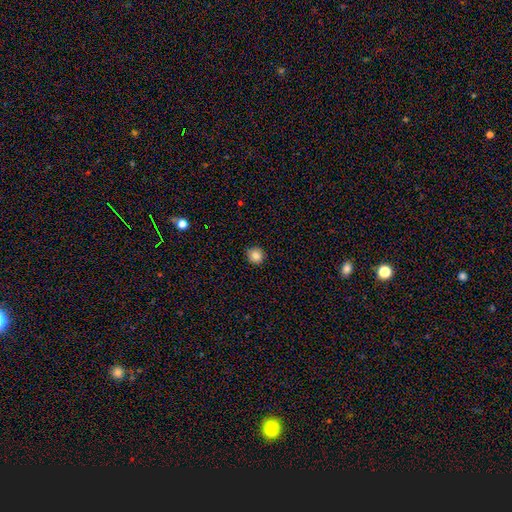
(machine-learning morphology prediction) This appears to be a smooth galaxy with no disk features (84%) that is round (91%). Merging: none (89%).